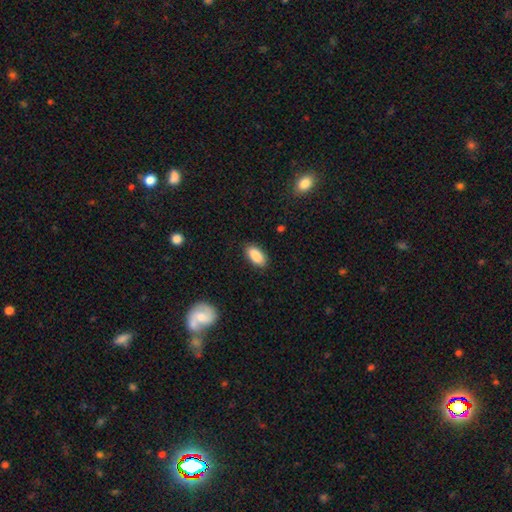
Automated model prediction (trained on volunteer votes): A smooth galaxy with no disk features (88%) that is in between round and cigar-shaped (92%).

Vote fractions:
- Smooth or featured? smooth: 88% / star or artifact: 7% / featured or disk: 5%
- How rounded? in between: 92% / cigar-shaped: 6% / round: 3%
- Merging? none: 87% / minor disturbance: 10% / major disturbance: 2% / merger: 1%